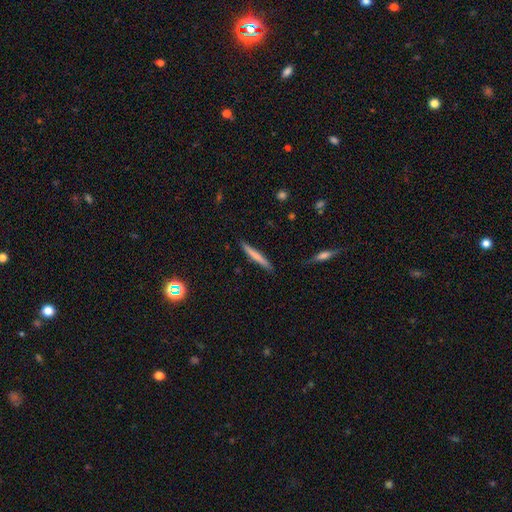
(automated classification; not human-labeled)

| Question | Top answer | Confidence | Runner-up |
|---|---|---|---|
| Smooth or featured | smooth | 62% | featured or disk (32%) |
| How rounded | cigar-shaped | 96% | in between (3%) |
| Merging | none | 88% | minor disturbance (9%) |